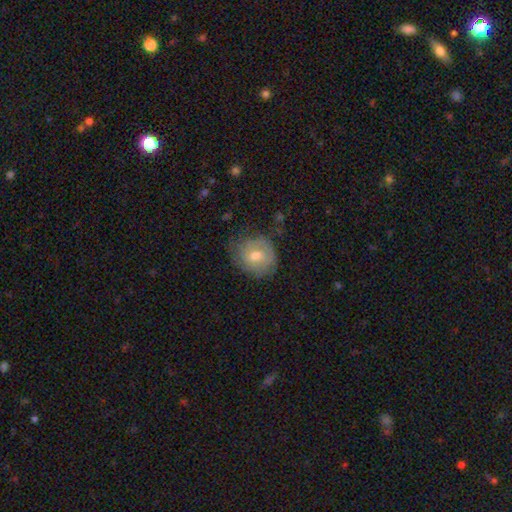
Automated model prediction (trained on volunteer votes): The model was most divided on "smooth or featured": smooth: 52%, featured or disk: 40%, star or artifact: 7%. More confident: how rounded — round (71%); merging — none (65%).